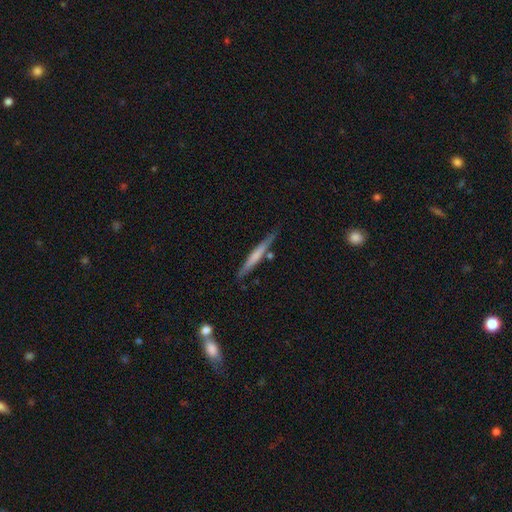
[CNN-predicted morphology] The model was most divided on "smooth or featured": smooth: 51%, featured or disk: 43%, star or artifact: 5%. More confident: how rounded — cigar-shaped (95%); merging — none (80%).